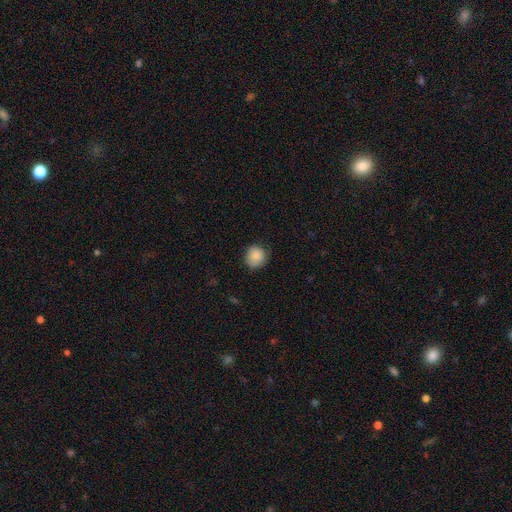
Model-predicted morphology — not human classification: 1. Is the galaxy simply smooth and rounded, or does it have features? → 85% smooth, 8% star or artifact, 6% featured or disk.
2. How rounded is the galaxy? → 86% round, 13% in between, 1% cigar-shaped.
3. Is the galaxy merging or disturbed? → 77% none, 18% minor disturbance, 3% major disturbance, 1% merger.